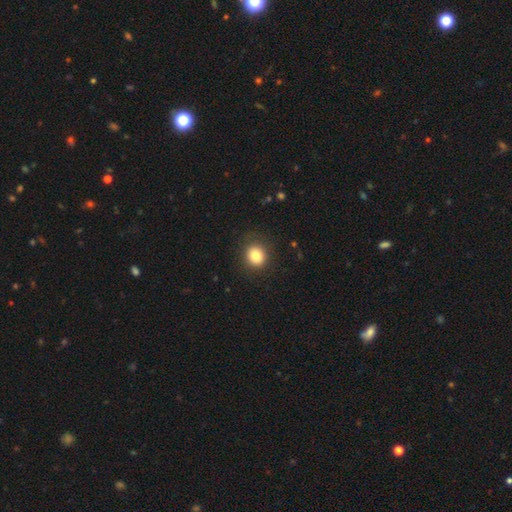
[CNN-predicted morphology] type=smooth (83%); roundness=round (77%); merging=none (86%).